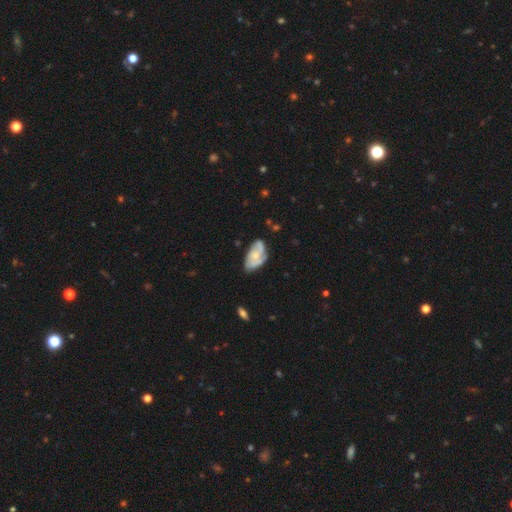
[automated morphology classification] Smooth or featured: featured or disk — 61% (smooth — 32%)
Edge-on disk: no — 95% (yes — 5%)
Bar: no — 77% (weak — 19%)
Spiral arms: yes — 78% (no — 22%)
Bulge size: small — 48% (moderate — 36%)
Merging: none — 56% (minor disturbance — 29%)